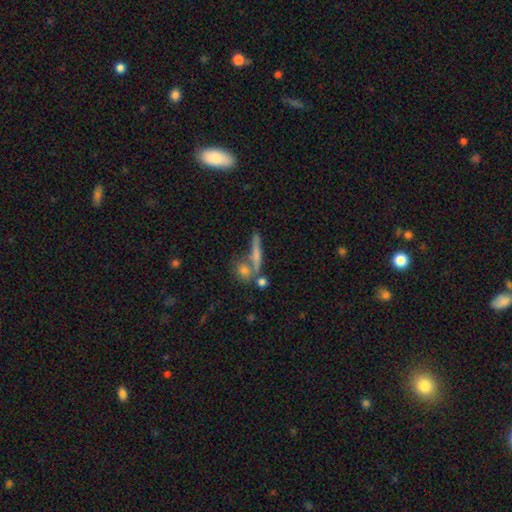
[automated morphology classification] smooth 50%, featured or disk 38%, star or artifact 12%. Down the decision tree: merging — none (64%).